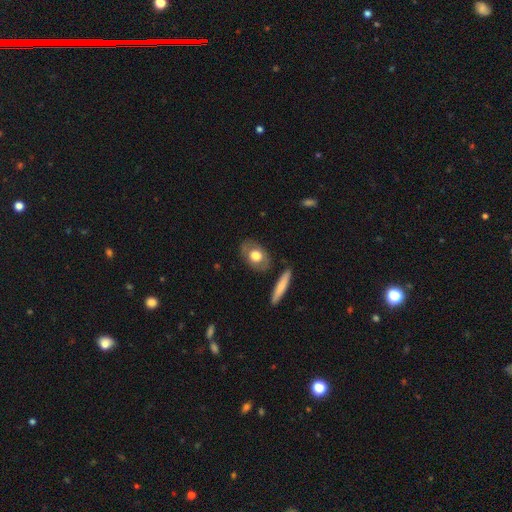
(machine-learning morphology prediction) Smooth or featured?
  - smooth: 63% *
  - featured or disk: 31%
  - star or artifact: 6%
How rounded?
  - in between: 75% *
  - round: 21%
  - cigar-shaped: 4%
Merging?
  - none: 78% *
  - minor disturbance: 14%
  - major disturbance: 4%
  - merger: 4%